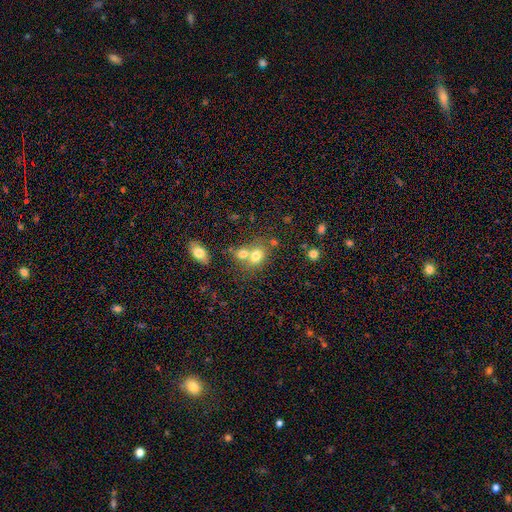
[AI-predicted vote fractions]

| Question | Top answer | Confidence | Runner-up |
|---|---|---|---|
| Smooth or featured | smooth | 73% | featured or disk (14%) |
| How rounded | in between | 53% | round (46%) |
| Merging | merger | 53% | none (35%) |